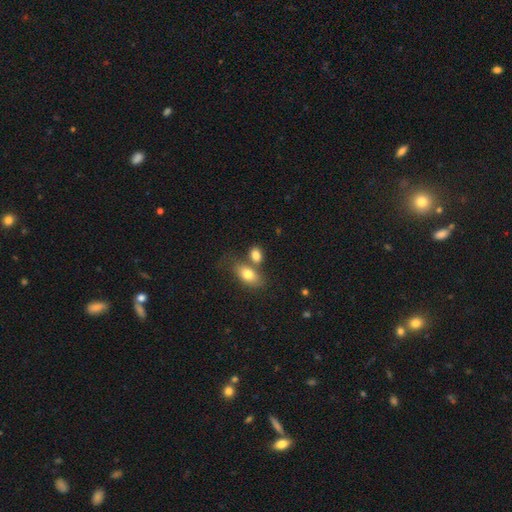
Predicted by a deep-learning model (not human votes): Overall: smooth (81%). How rounded: in between (79%). Merging: none (47%; merger 37%).